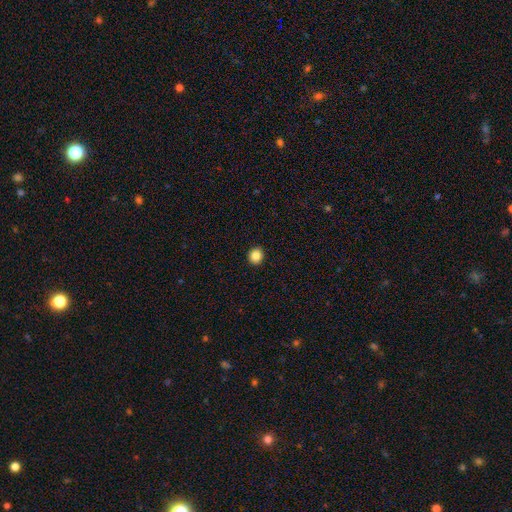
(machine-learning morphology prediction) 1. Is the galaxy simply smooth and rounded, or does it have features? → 86% smooth, 10% star or artifact, 4% featured or disk.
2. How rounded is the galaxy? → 85% round, 14% in between, 1% cigar-shaped.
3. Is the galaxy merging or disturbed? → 93% none, 5% minor disturbance, 1% major disturbance, 1% merger.